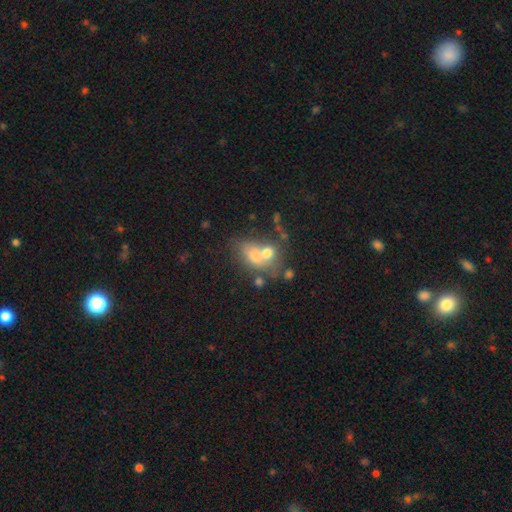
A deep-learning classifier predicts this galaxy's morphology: Smooth or featured: smooth — 59% (featured or disk — 27%)
How rounded: in between — 60% (round — 38%)
Merging: merger — 54% (none — 27%)